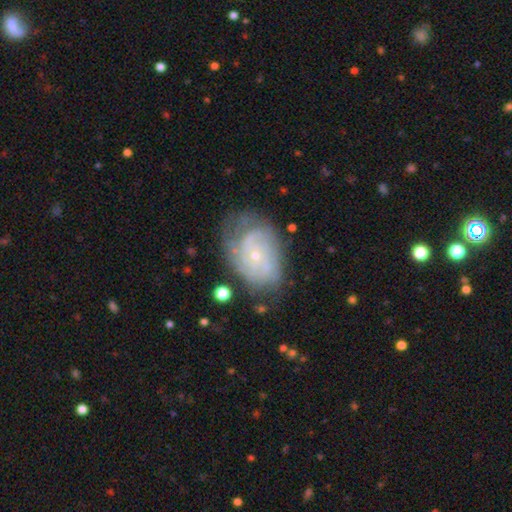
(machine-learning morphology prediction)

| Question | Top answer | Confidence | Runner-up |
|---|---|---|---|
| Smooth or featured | featured or disk | 76% | smooth (17%) |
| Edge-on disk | no | 97% | yes (3%) |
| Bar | no | 80% | weak (18%) |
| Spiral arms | yes | 88% | no (12%) |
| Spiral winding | tight | 63% | medium (28%) |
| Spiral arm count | can't tell | 46% | 2 (17%) |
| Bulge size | small | 83% | moderate (13%) |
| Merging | none | 61% | minor disturbance (24%) |